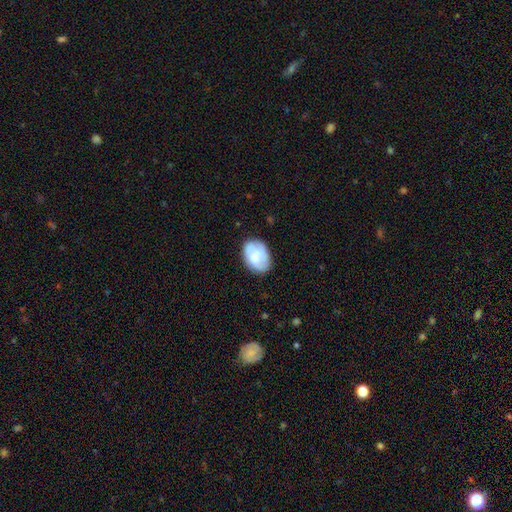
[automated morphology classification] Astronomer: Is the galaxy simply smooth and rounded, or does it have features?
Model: smooth — 68%.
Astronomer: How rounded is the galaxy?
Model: in between — 81%.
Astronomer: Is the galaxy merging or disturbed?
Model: none — 73%.